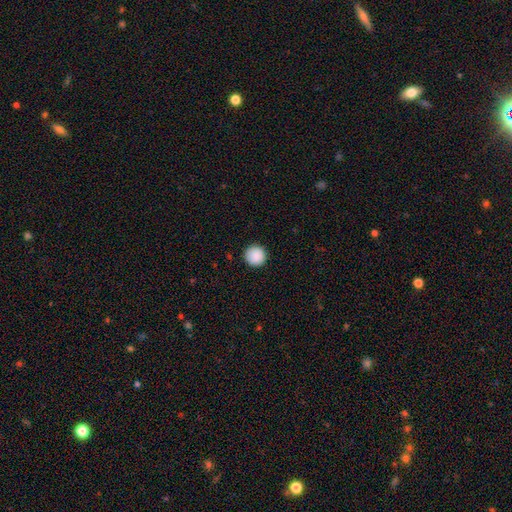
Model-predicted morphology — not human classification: Smooth or featured? Predicted: smooth (p=0.90). How rounded? Predicted: round (p=0.96). Merging? Predicted: none (p=0.91).